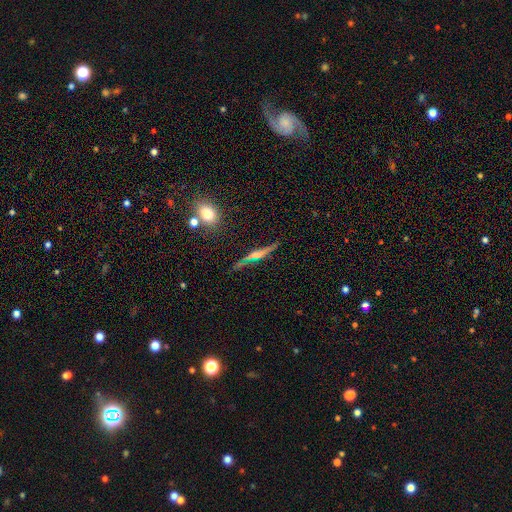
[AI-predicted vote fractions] Smooth or featured: featured or disk — 64% (smooth — 27%)
Edge-on disk: yes — 92% (no — 8%)
Edge-on bulge: rounded — 65% (none — 19%)
Merging: none — 77% (minor disturbance — 15%)